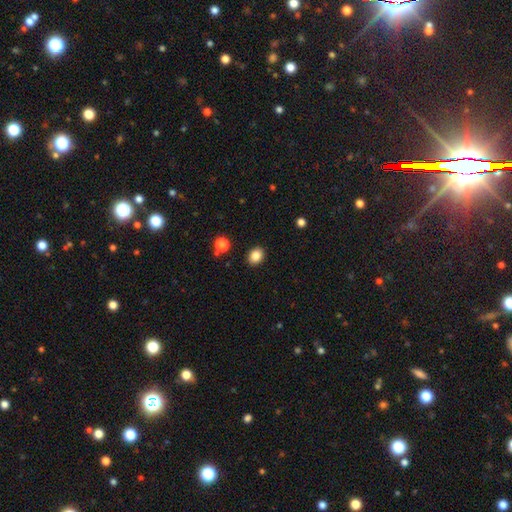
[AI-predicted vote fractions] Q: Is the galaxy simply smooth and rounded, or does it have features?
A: smooth — 85%.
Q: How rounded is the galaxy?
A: round — 50%.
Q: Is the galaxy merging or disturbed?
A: none — 90%.